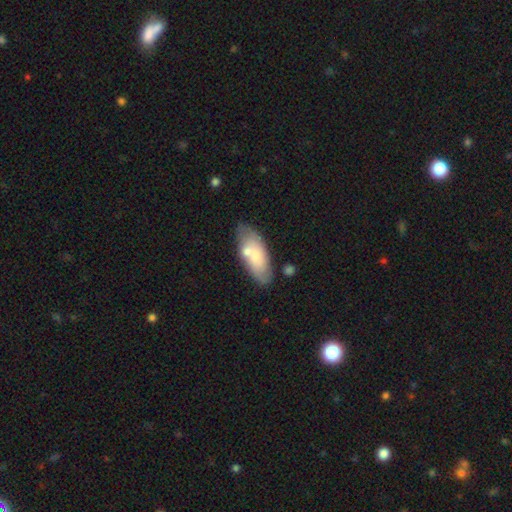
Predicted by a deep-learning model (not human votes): Q: Smooth or featured?
A: smooth (65%); runner-up: featured or disk (29%)
Q: How rounded?
A: in between (84%); runner-up: cigar-shaped (14%)
Q: Merging?
A: none (60%); runner-up: minor disturbance (19%)